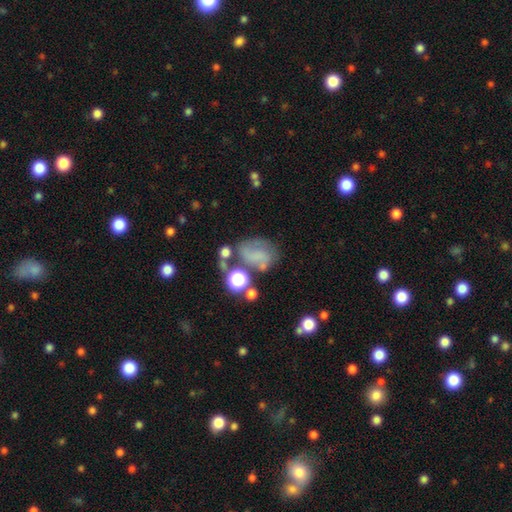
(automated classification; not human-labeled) Smooth or featured? featured or disk (49%)
Merging? none (47%)